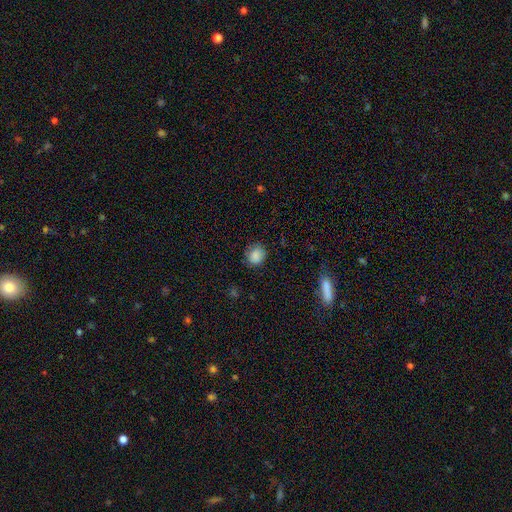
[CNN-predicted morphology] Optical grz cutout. It shows a smooth galaxy with no disk features (85%) that is round (75%). Merging: none (77%).